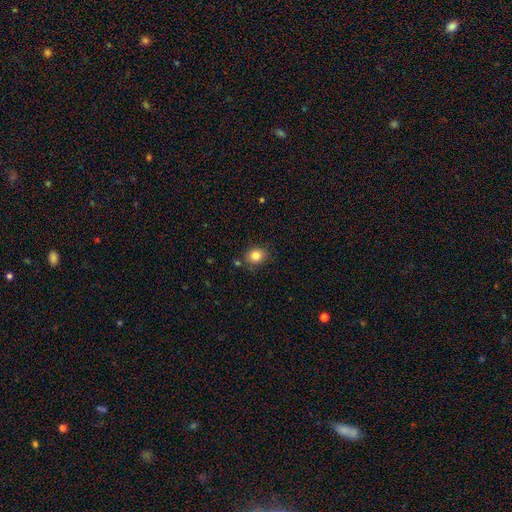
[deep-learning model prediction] Q: Smooth or featured?
A: smooth (84%); runner-up: star or artifact (11%)
Q: How rounded?
A: round (72%); runner-up: in between (27%)
Q: Merging?
A: none (81%); runner-up: minor disturbance (12%)